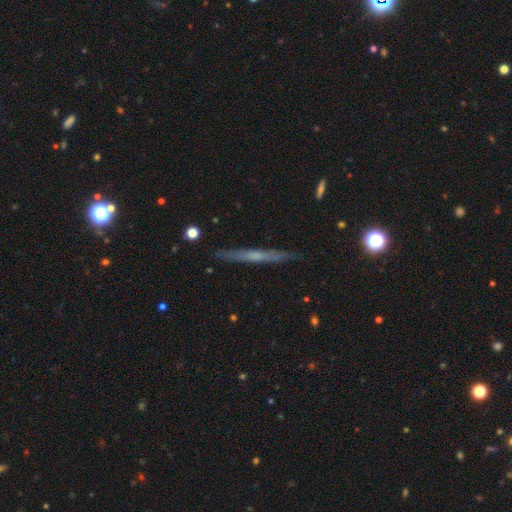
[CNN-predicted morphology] Q: Smooth or featured?
A: featured or disk (58%); runner-up: smooth (35%)
Q: Edge-on disk?
A: yes (96%); runner-up: no (4%)
Q: Edge-on bulge?
A: none (63%); runner-up: rounded (30%)
Q: Merging?
A: none (89%); runner-up: minor disturbance (8%)